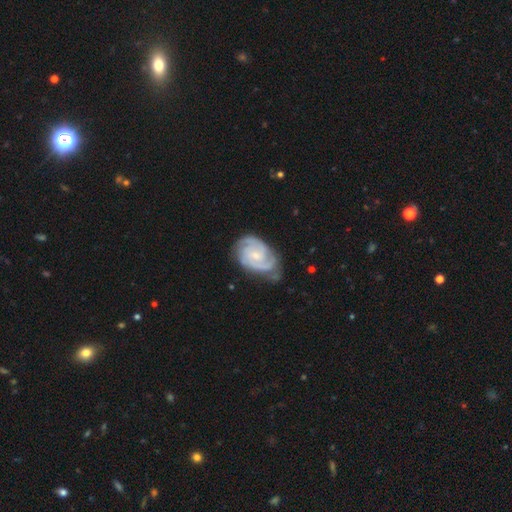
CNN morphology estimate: A featured or disk galaxy (89%) with no bar (58%), 2 (48%) tight (61%) spiral arms (98%) and a small central bulge (67%). Merging: none (65%).